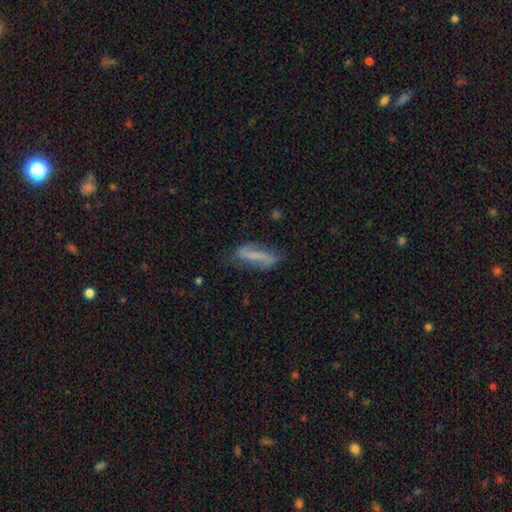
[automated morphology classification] A smooth galaxy with no disk features (46%). Merging: none (65%).